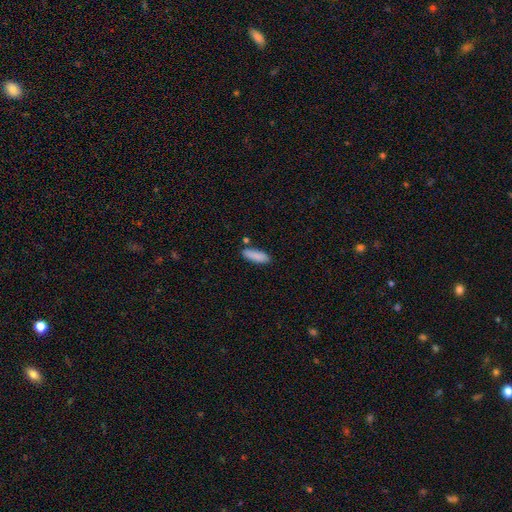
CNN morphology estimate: smooth-or-featured: smooth: 88% | star or artifact: 6% | featured or disk: 5%
  how-rounded: in between: 57% | cigar-shaped: 41% | round: 2%
  merging: none: 79% | minor disturbance: 12% | merger: 6% | major disturbance: 3%